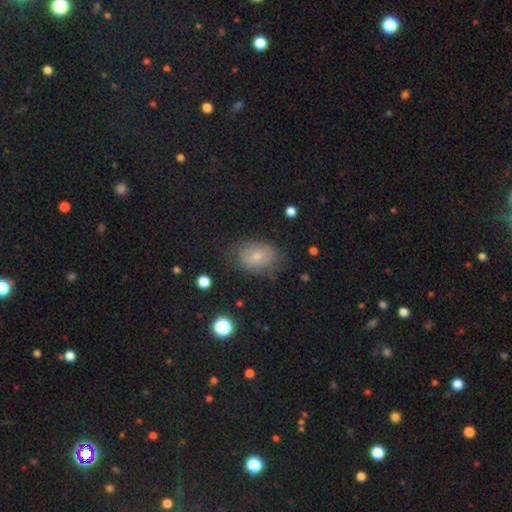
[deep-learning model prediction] A smooth galaxy with no disk features (67%) that is in between round and cigar-shaped (73%). Merging: none (69%).